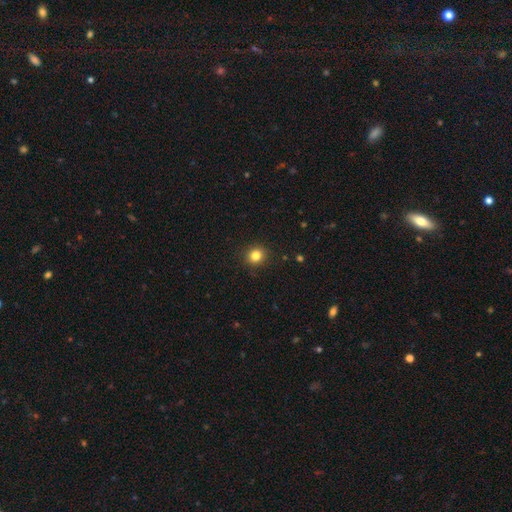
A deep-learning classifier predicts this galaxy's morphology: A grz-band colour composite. It shows a smooth galaxy with no disk features (83%) that is round (85%). Merging: none (91%).